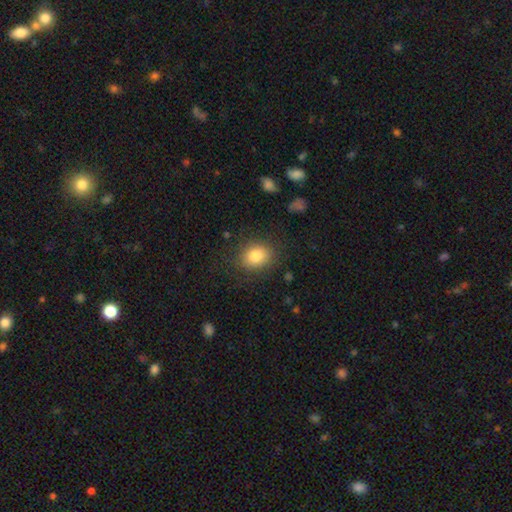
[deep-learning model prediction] Smooth or featured? smooth (82%)
How rounded? in between (50%)
Merging? none (81%)